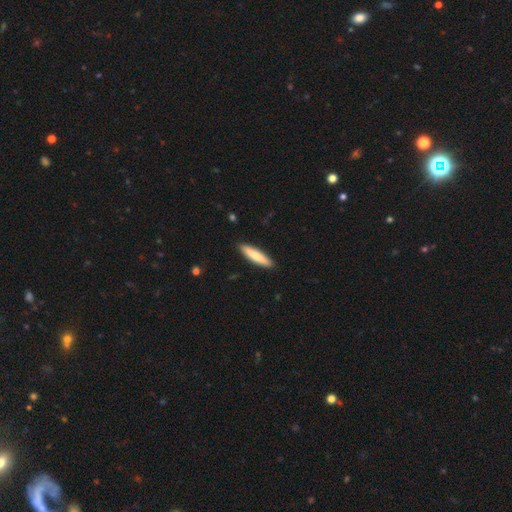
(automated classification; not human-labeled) Overall: smooth (78%). How rounded: cigar-shaped (84%). Merging: none (90%).